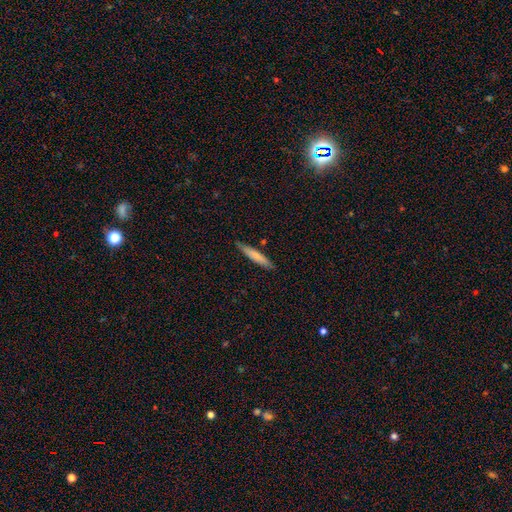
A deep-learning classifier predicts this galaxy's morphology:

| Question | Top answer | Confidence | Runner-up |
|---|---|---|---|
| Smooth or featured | smooth | 72% | featured or disk (22%) |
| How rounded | cigar-shaped | 90% | in between (8%) |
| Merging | none | 85% | minor disturbance (11%) |